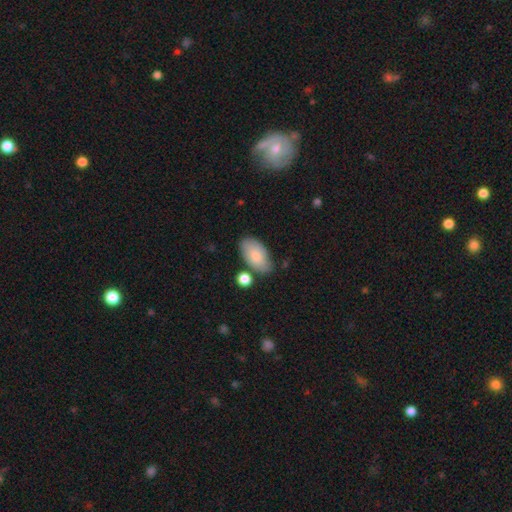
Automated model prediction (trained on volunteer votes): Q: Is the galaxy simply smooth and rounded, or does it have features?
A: smooth — 79%.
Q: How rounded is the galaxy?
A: in between — 94%.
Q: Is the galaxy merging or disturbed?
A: none — 69%.